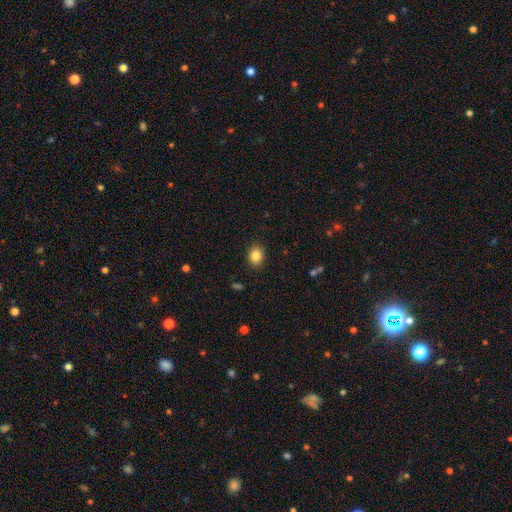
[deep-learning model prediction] A smooth galaxy with no disk features (85%) that is in between round and cigar-shaped (51%).

Vote fractions:
- Smooth or featured? smooth: 85% / star or artifact: 9% / featured or disk: 6%
- How rounded? in between: 51% / round: 48% / cigar-shaped: 1%
- Merging? none: 88% / minor disturbance: 9% / major disturbance: 2% / merger: 1%